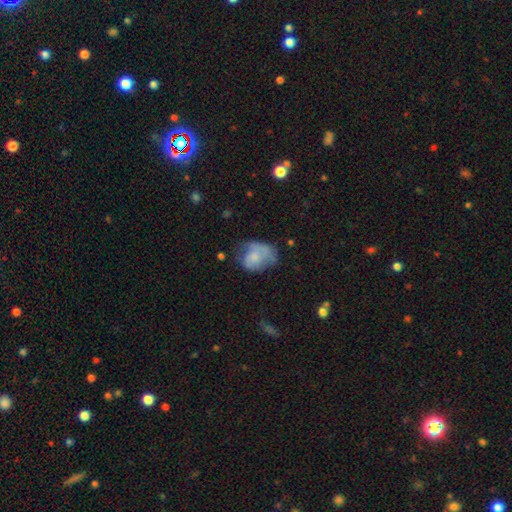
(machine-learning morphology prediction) Q: Smooth or featured?
A: smooth (60%); runner-up: featured or disk (31%)
Q: How rounded?
A: in between (68%); runner-up: round (31%)
Q: Merging?
A: minor disturbance (34%); runner-up: none (33%)